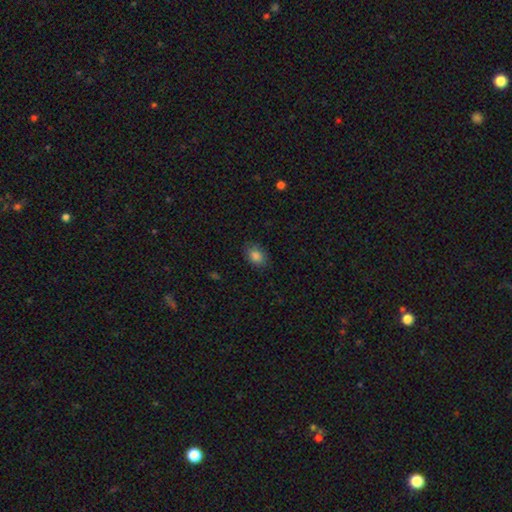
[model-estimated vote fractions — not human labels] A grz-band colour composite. It shows a smooth galaxy with no disk features (86%) that is in between round and cigar-shaped (73%). Merging: none (84%).